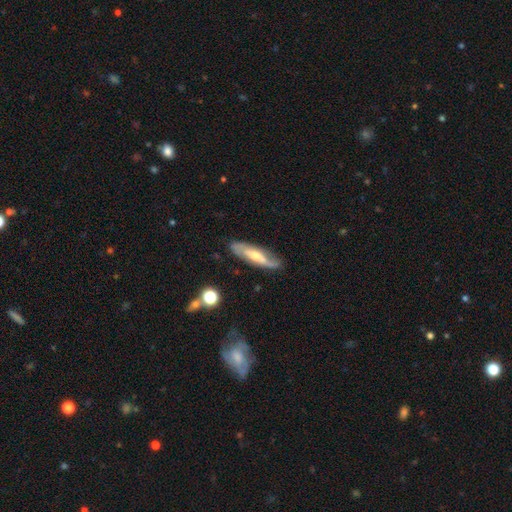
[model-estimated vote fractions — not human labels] smooth-or-featured: featured or disk: 67% | smooth: 27% | star or artifact: 7%
  disk-edge-on: no: 66% | yes: 34%
  merging: none: 77% | minor disturbance: 16% | major disturbance: 5% | merger: 2%